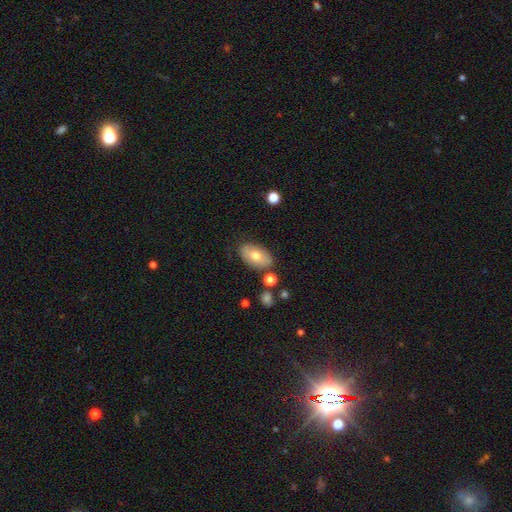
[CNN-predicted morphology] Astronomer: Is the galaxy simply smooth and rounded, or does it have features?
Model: smooth — 69%.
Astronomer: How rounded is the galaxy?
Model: in between — 92%.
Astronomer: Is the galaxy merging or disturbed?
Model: none — 79%.